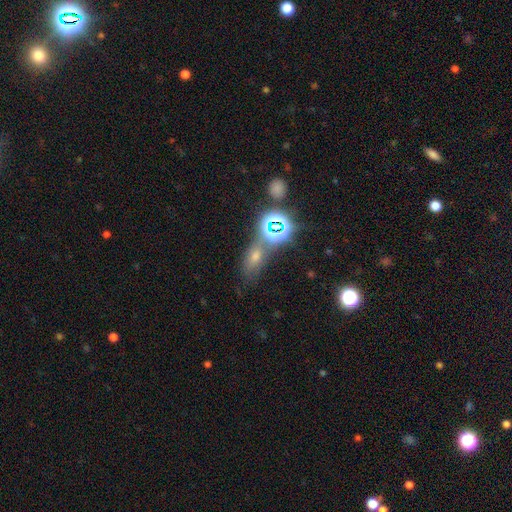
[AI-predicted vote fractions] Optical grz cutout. It shows a star or artifact, not a galaxy (46%).